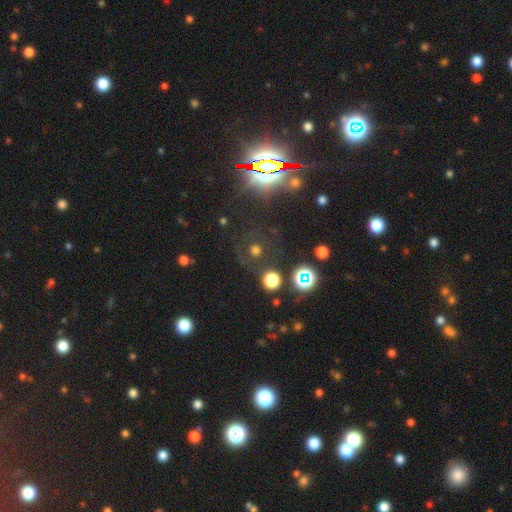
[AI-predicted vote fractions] This is likely a star or artifact rather than a galaxy (71%).